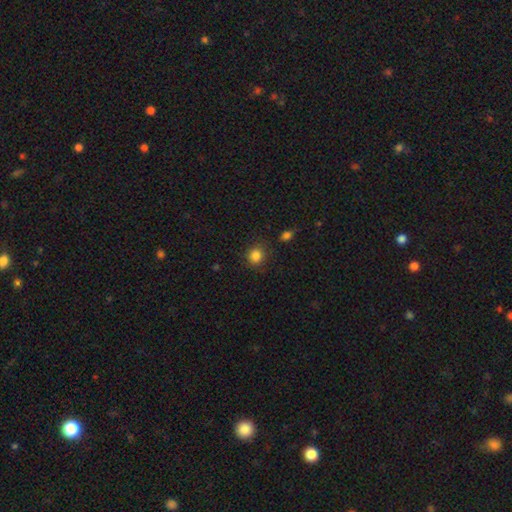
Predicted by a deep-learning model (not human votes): The model was most divided on "how rounded": round: 85%, in between: 14%, cigar-shaped: 1%. More confident: smooth or featured — smooth (85%); merging — none (84%).